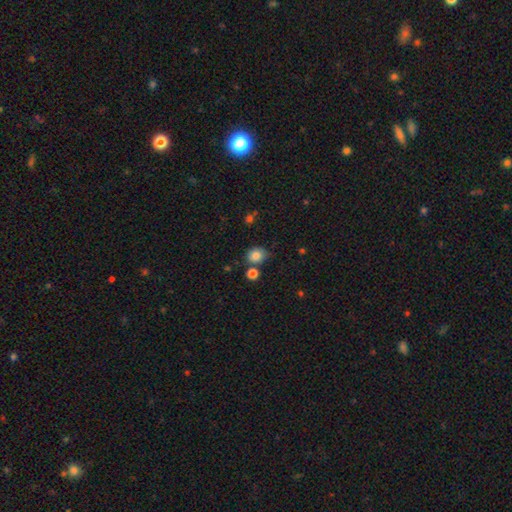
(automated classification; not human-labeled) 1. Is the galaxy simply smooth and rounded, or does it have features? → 84% smooth, 10% star or artifact, 6% featured or disk.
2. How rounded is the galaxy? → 61% round, 38% in between, 1% cigar-shaped.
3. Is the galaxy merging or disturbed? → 68% none, 16% minor disturbance, 12% merger, 4% major disturbance.